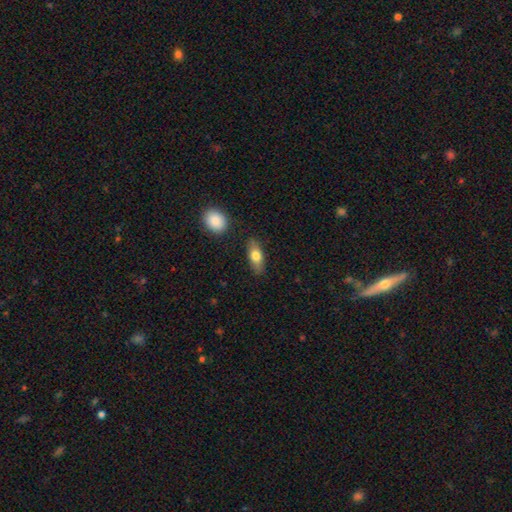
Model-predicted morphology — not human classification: smooth-or-featured: smooth: 74% | featured or disk: 20% | star or artifact: 6%
  how-rounded: in between: 77% | cigar-shaped: 19% | round: 4%
  merging: none: 83% | minor disturbance: 12% | merger: 3% | major disturbance: 3%